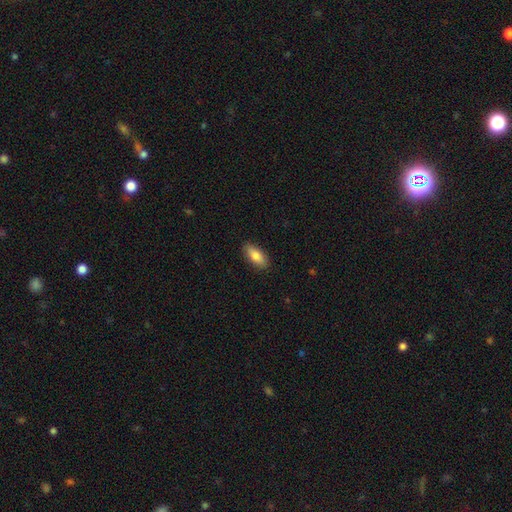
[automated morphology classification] Q: Smooth or featured?
A: smooth (81%); runner-up: featured or disk (13%)
Q: How rounded?
A: in between (84%); runner-up: cigar-shaped (14%)
Q: Merging?
A: none (89%); runner-up: minor disturbance (9%)